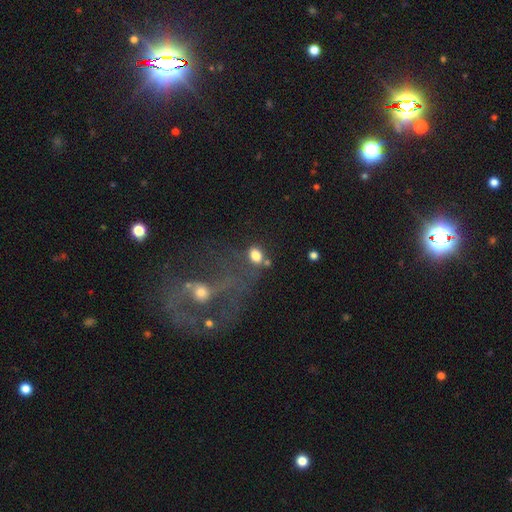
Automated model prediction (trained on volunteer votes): smooth_or_featured: smooth (p=0.78) [alt: star or artifact p=0.12]
how_rounded: in between (p=0.72) [alt: round p=0.26]
merging: none (p=0.49) [alt: merger p=0.22]